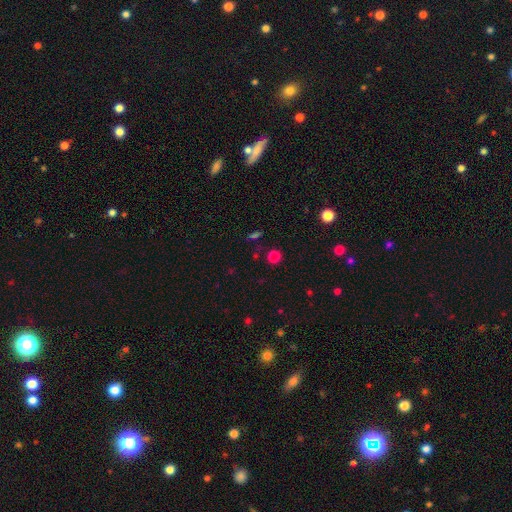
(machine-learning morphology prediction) Smooth or featured: smooth — 75% (star or artifact — 21%)
How rounded: round — 88% (in between — 10%)
Merging: none — 88% (minor disturbance — 7%)